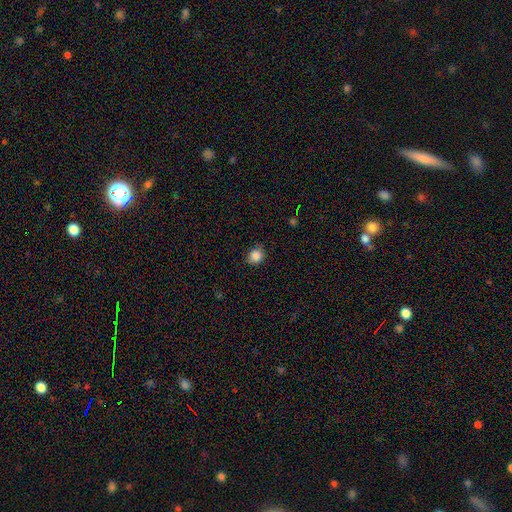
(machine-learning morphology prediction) Q: Smooth or featured?
A: smooth (86%); runner-up: star or artifact (10%)
Q: How rounded?
A: round (76%); runner-up: in between (24%)
Q: Merging?
A: none (81%); runner-up: minor disturbance (16%)